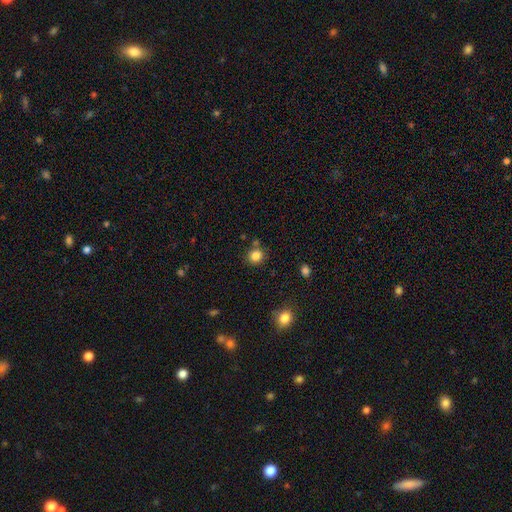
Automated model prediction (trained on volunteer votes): The model was most divided on "merging": none: 78%, minor disturbance: 10%, merger: 8%, major disturbance: 3%. More confident: how rounded — round (85%); smooth or featured — smooth (84%).